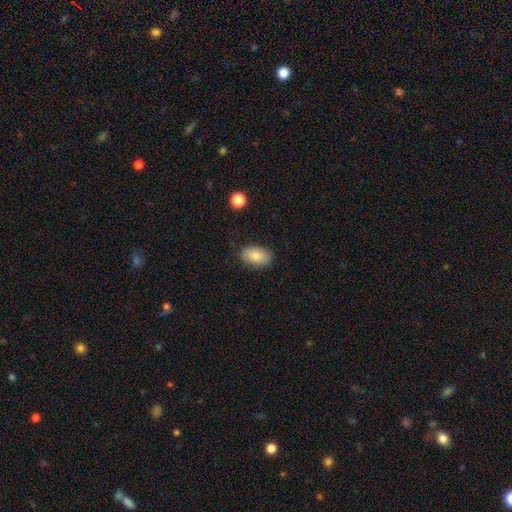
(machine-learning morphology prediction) A smooth galaxy with no disk features (84%) that is in between round and cigar-shaped (91%). Merging: none (85%).